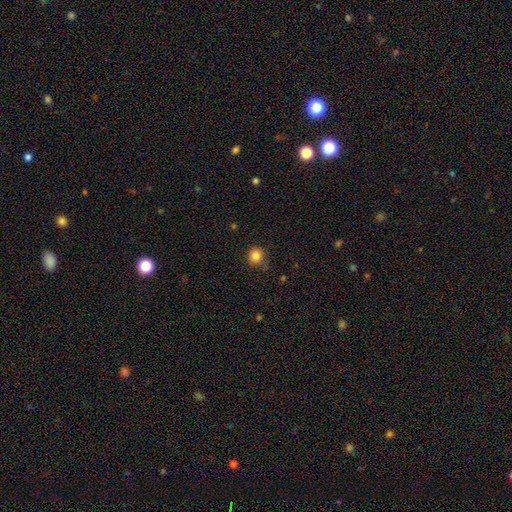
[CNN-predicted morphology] smooth 84%, star or artifact 11%, featured or disk 4%. Down the decision tree: how rounded — round (91%); merging — none (78%).